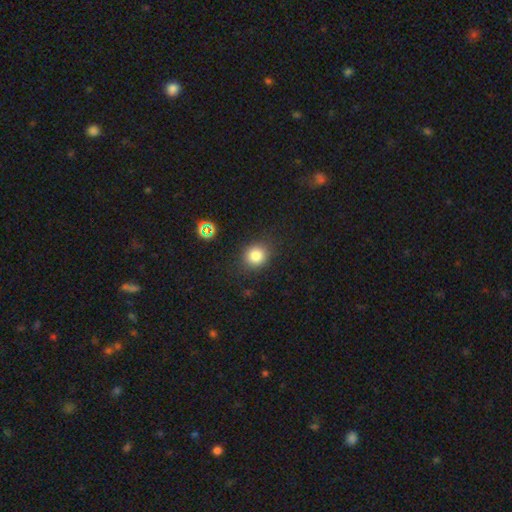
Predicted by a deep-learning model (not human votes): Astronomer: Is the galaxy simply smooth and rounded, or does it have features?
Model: smooth — 81%.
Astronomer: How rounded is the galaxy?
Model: round — 80%.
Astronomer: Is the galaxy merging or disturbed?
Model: none — 83%.